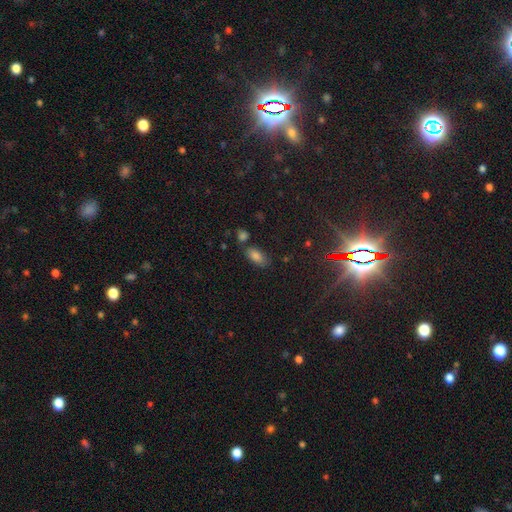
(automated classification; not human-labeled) smooth 75%, star or artifact 17%, featured or disk 8%. Down the decision tree: how rounded — in between (88%); merging — none (71%).